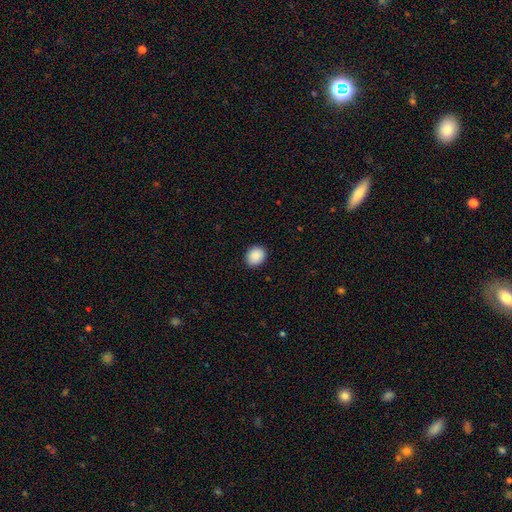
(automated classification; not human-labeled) Smooth or featured?
  - smooth: 89% *
  - star or artifact: 8%
  - featured or disk: 3%
How rounded?
  - round: 65% *
  - in between: 34%
  - cigar-shaped: 1%
Merging?
  - none: 90% *
  - minor disturbance: 7%
  - major disturbance: 2%
  - merger: 1%